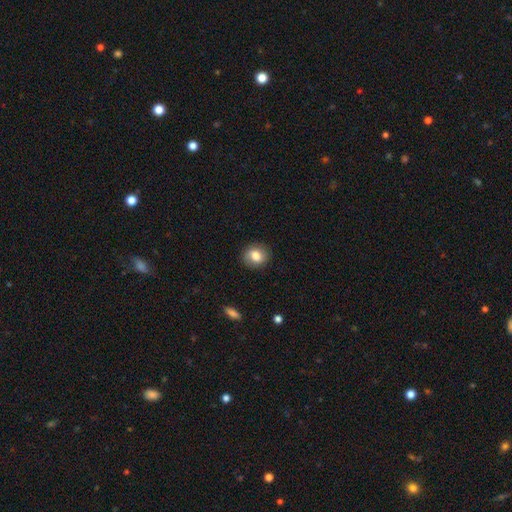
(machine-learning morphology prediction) smooth_or_featured: smooth (p=0.79) [alt: featured or disk p=0.12]
how_rounded: round (p=0.73) [alt: in between p=0.26]
merging: none (p=0.88) [alt: minor disturbance p=0.09]